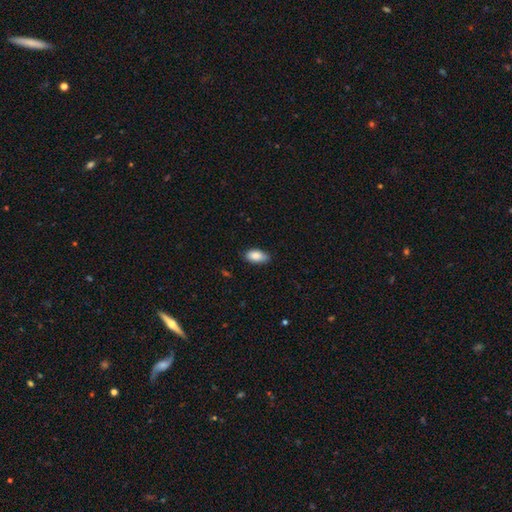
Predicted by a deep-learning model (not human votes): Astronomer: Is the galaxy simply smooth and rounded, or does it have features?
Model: smooth — 87%.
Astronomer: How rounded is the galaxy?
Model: in between — 92%.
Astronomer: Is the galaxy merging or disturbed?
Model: none — 75%.